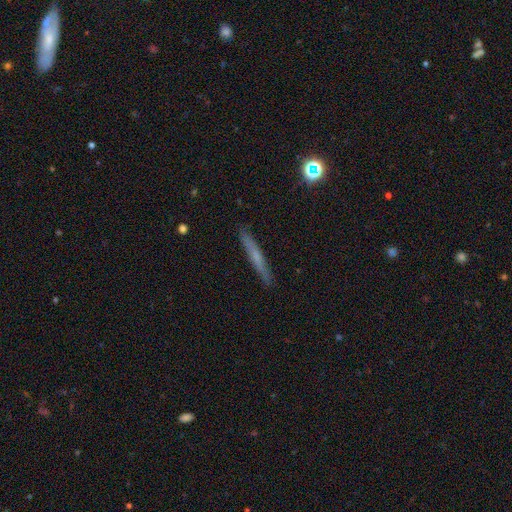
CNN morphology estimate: A featured or disk galaxy (48%).

Vote fractions:
- Smooth or featured? featured or disk: 48% / smooth: 44% / star or artifact: 8%
- Merging? none: 90% / minor disturbance: 7% / major disturbance: 1% / merger: 1%